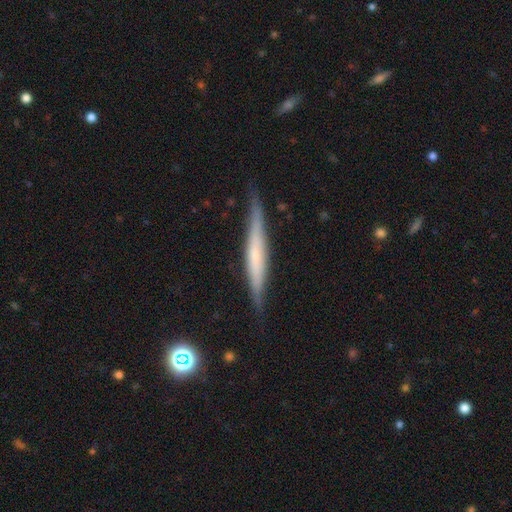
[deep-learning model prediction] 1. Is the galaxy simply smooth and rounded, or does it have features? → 56% featured or disk, 37% smooth, 7% star or artifact.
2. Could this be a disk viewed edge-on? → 95% yes, 5% no.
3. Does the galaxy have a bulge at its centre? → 56% none, 27% rounded, 18% boxy.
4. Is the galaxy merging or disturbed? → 82% none, 14% minor disturbance, 3% major disturbance, 1% merger.